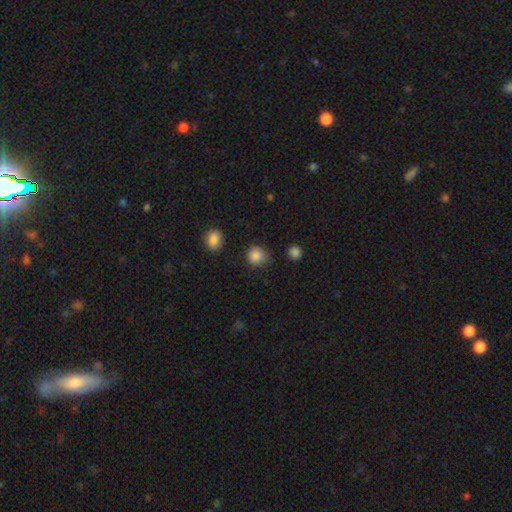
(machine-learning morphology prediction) Smooth or featured?
  - smooth: 86% *
  - star or artifact: 10%
  - featured or disk: 4%
How rounded?
  - round: 88% *
  - in between: 11%
  - cigar-shaped: 1%
Merging?
  - none: 81% *
  - minor disturbance: 14%
  - major disturbance: 3%
  - merger: 2%